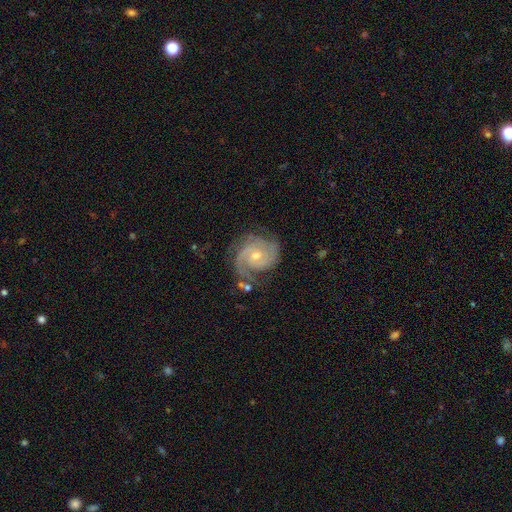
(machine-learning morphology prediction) Smooth or featured: featured or disk — 89% (smooth — 6%)
Edge-on disk: no — 98% (yes — 2%)
Bar: no — 71% (weak — 24%)
Spiral arms: yes — 98% (no — 2%)
Spiral winding: tight — 55% (medium — 37%)
Spiral arm count: 2 — 49% (3 — 26%)
Bulge size: small — 52% (moderate — 45%)
Merging: none — 68% (minor disturbance — 20%)